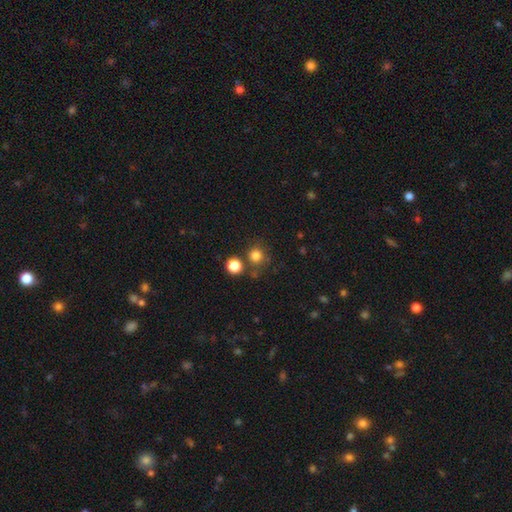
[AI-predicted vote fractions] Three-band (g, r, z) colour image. It shows a smooth galaxy with no disk features (81%) that is round (91%). Merging: none (73%).